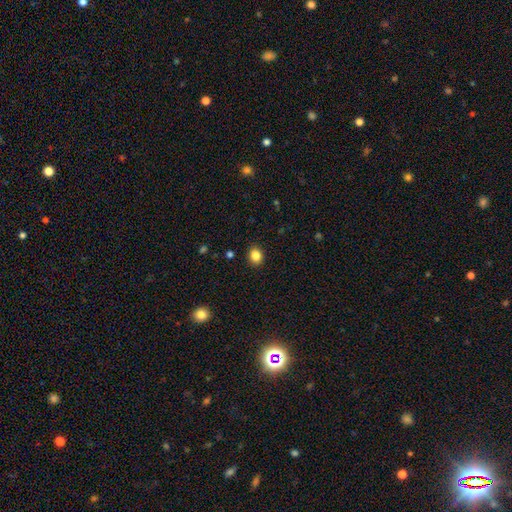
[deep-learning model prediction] A smooth galaxy with no disk features (85%) that is round (64%).

Vote fractions:
- Smooth or featured? smooth: 85% / star or artifact: 11% / featured or disk: 5%
- How rounded? round: 64% / in between: 35% / cigar-shaped: 1%
- Merging? none: 90% / minor disturbance: 7% / major disturbance: 2% / merger: 1%